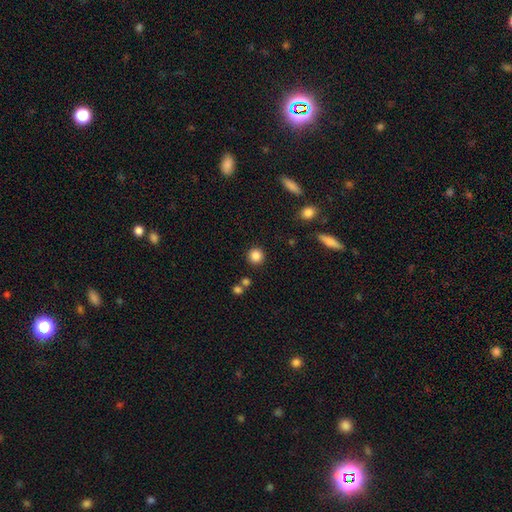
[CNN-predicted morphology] Smooth or featured? smooth (86%)
How rounded? round (93%)
Merging? none (89%)